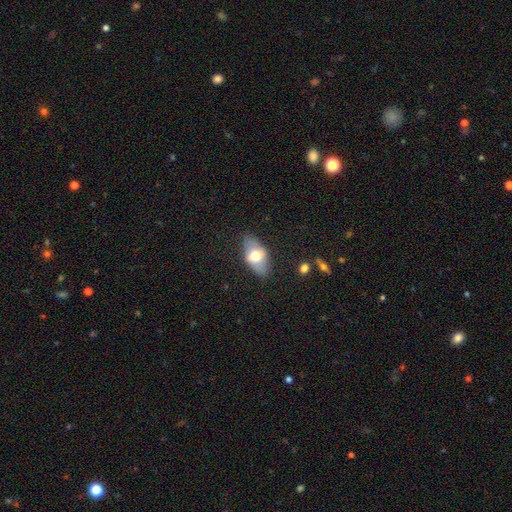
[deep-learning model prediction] smooth_or_featured: smooth (p=0.60) [alt: featured or disk p=0.33]
how_rounded: in between (p=0.90) [alt: round p=0.06]
merging: none (p=0.74) [alt: minor disturbance p=0.19]